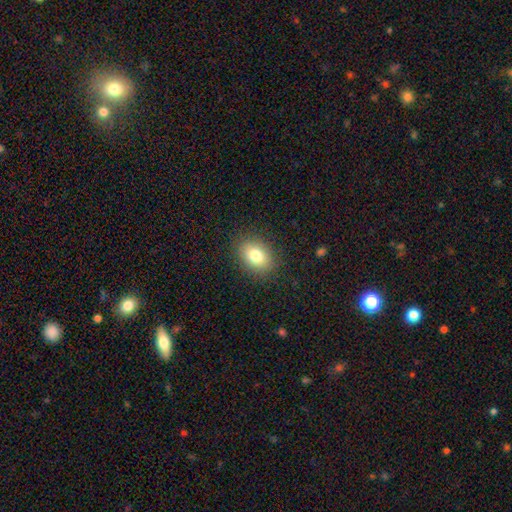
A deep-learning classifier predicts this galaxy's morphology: Smooth or featured? Predicted: smooth (p=0.79). How rounded? Predicted: in between (p=0.69). Merging? Predicted: none (p=0.87).